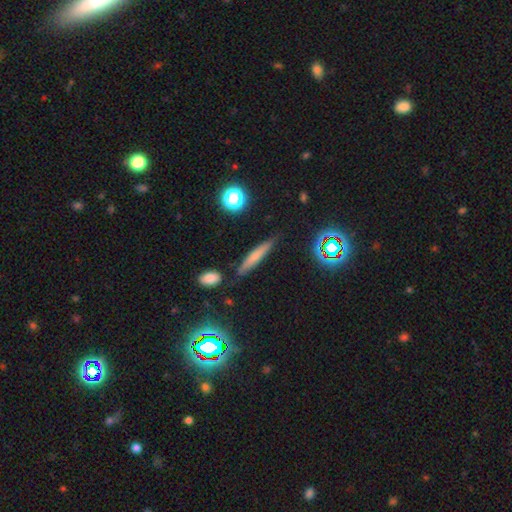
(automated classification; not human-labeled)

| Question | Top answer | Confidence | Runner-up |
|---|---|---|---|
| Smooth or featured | smooth | 63% | featured or disk (26%) |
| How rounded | cigar-shaped | 89% | in between (8%) |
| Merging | none | 83% | minor disturbance (11%) |